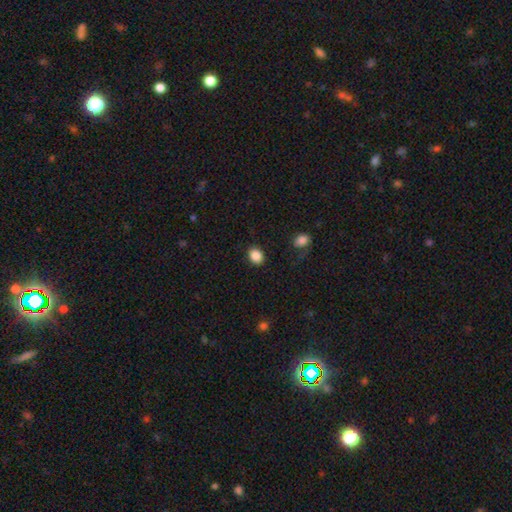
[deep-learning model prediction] Q: Smooth or featured?
A: smooth (87%); runner-up: star or artifact (9%)
Q: How rounded?
A: in between (52%); runner-up: round (47%)
Q: Merging?
A: none (87%); runner-up: minor disturbance (8%)